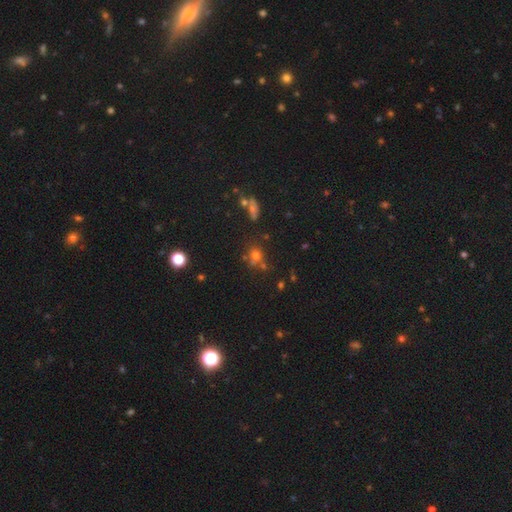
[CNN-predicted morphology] A smooth galaxy with no disk features (62%) that is round (76%).

Vote fractions:
- Smooth or featured? smooth: 62% / star or artifact: 25% / featured or disk: 13%
- How rounded? round: 76% / in between: 22% / cigar-shaped: 2%
- Merging? none: 59% / merger: 22% / minor disturbance: 13% / major disturbance: 6%